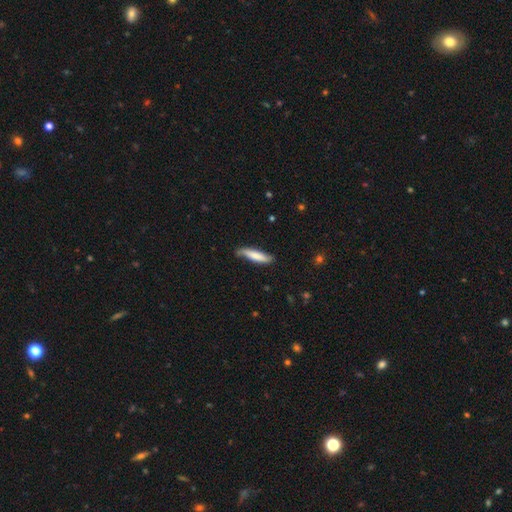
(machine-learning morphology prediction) A smooth galaxy with no disk features (75%) that is cigar-shaped (82%).

Vote fractions:
- Smooth or featured? smooth: 75% / featured or disk: 20% / star or artifact: 5%
- How rounded? cigar-shaped: 82% / in between: 16% / round: 1%
- Merging? none: 72% / minor disturbance: 22% / major disturbance: 4% / merger: 2%